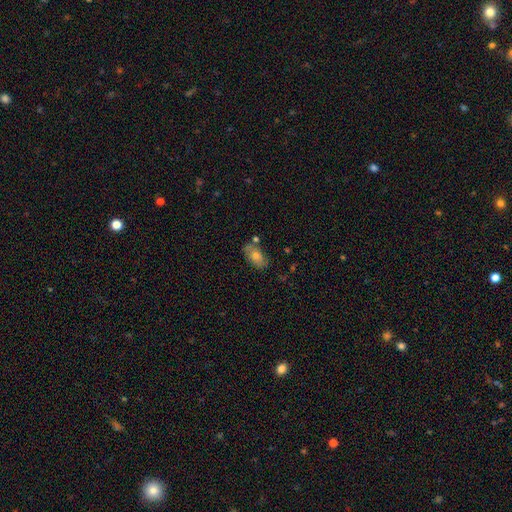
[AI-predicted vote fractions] The model was most divided on "smooth or featured": smooth: 61%, featured or disk: 28%, star or artifact: 11%. More confident: how rounded — in between (88%); merging — none (71%).